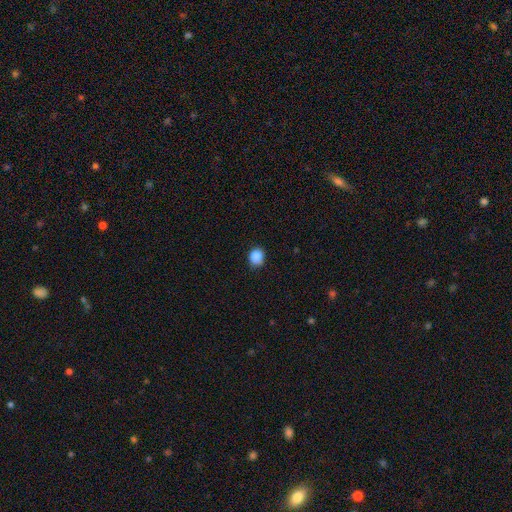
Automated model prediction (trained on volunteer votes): smooth 86%, star or artifact 10%, featured or disk 4%. Down the decision tree: how rounded — round (75%); merging — none (87%).